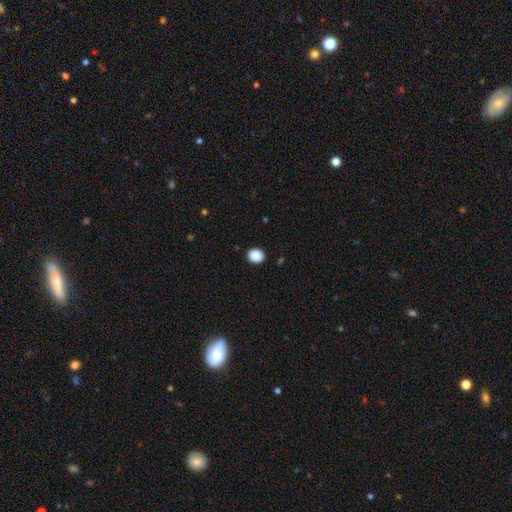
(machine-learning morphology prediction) Smooth or featured?
  - smooth: 89% *
  - star or artifact: 8%
  - featured or disk: 2%
How rounded?
  - round: 68% *
  - in between: 31%
  - cigar-shaped: 1%
Merging?
  - none: 90% *
  - minor disturbance: 7%
  - major disturbance: 2%
  - merger: 1%